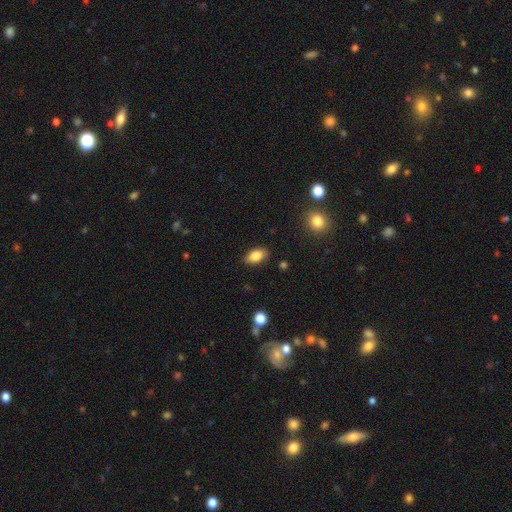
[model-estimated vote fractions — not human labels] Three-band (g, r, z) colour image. It shows a smooth galaxy with no disk features (85%) that is in between round and cigar-shaped (90%). Merging: none (84%).